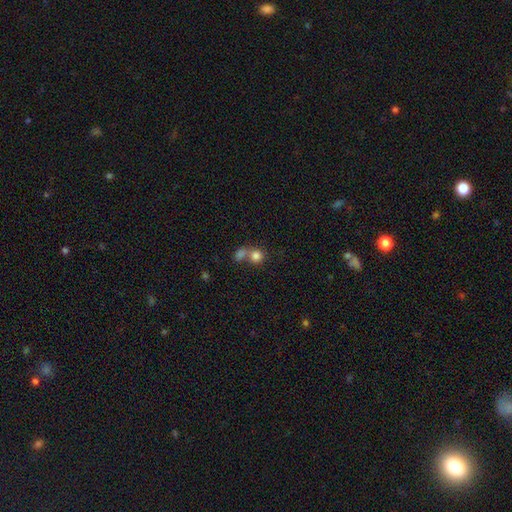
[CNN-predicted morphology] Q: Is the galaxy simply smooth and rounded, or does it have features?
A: smooth — 81%.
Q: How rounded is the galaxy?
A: round — 84%.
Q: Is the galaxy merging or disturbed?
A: merger — 49%.